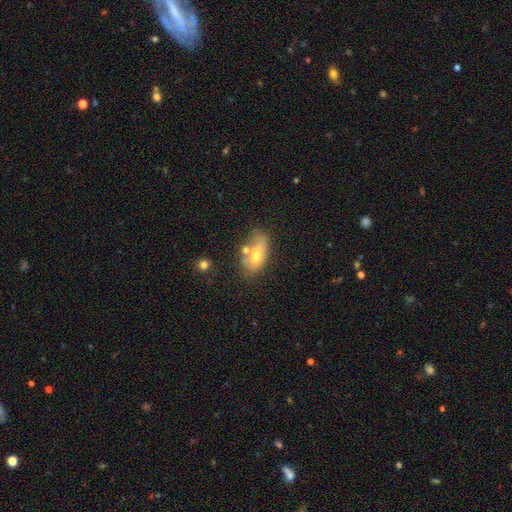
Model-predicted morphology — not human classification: Overall: smooth (63%; featured or disk 27%). How rounded: in between (85%). Merging: none (46%; merger 23%).